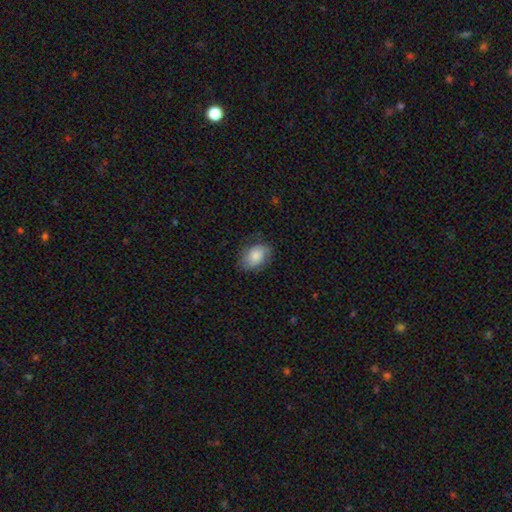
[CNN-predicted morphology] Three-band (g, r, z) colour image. It shows a smooth galaxy with no disk features (80%) that is in between round and cigar-shaped (81%). Merging: none (71%).